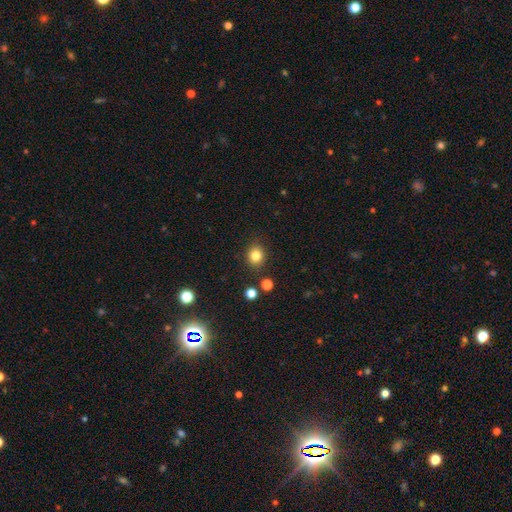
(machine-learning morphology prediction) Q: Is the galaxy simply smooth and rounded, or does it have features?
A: smooth — 82%.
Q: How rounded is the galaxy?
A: round — 75%.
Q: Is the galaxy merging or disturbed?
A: none — 87%.